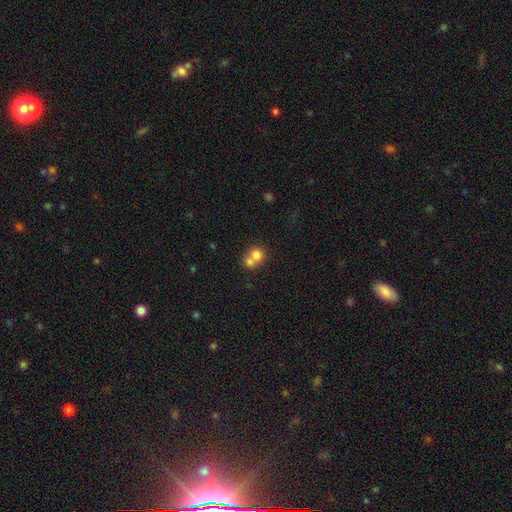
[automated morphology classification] Overall: smooth (74%). How rounded: round (78%). Merging: merger (63%; none 29%).